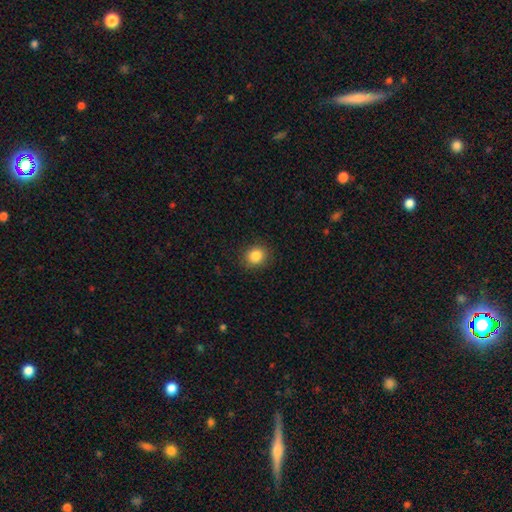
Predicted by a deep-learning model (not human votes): Overall: smooth (85%). How rounded: round (83%). Merging: none (90%).